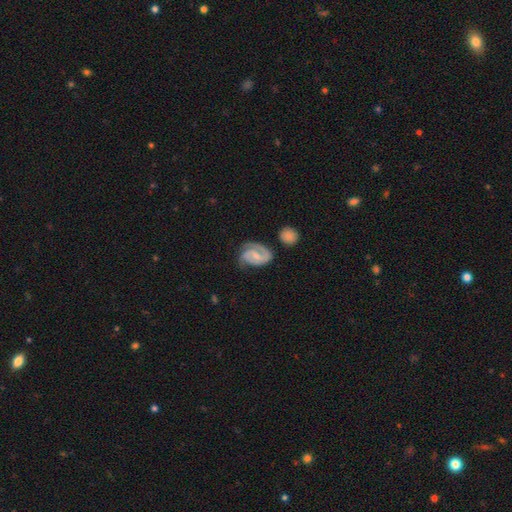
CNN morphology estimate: type=featured or disk (82%); edge-on=no (98%); bar=weak (49%); spiral arms=yes (96%); winding=medium (45%); arm count=2 (76%); bulge=small (58%); merging=none (60%).